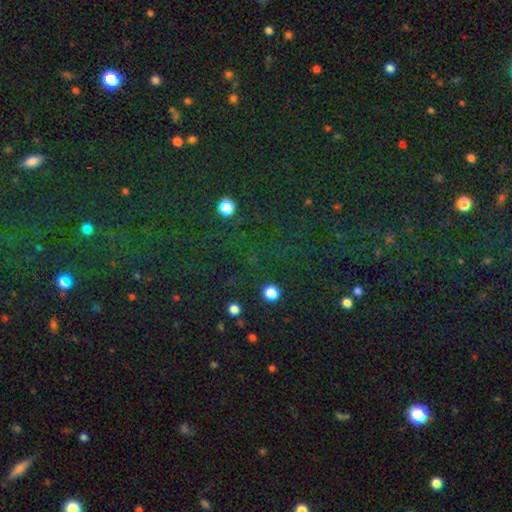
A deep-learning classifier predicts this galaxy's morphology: Overall: star or artifact (74%).